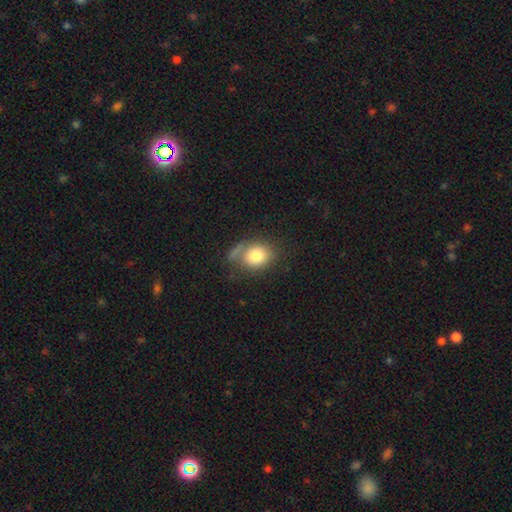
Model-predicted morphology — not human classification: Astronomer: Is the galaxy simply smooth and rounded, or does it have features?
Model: smooth — 77%.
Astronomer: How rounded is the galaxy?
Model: in between — 55% (runner-up: round, 44%).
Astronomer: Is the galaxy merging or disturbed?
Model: none — 52%.